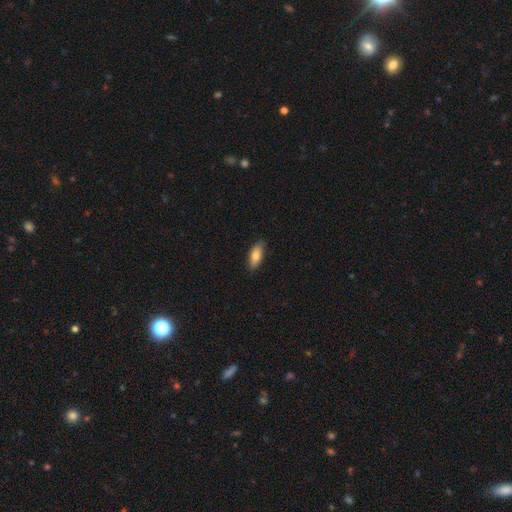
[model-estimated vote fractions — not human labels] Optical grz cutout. It shows a smooth galaxy with no disk features (79%) that is in between round and cigar-shaped (80%). Merging: none (82%).